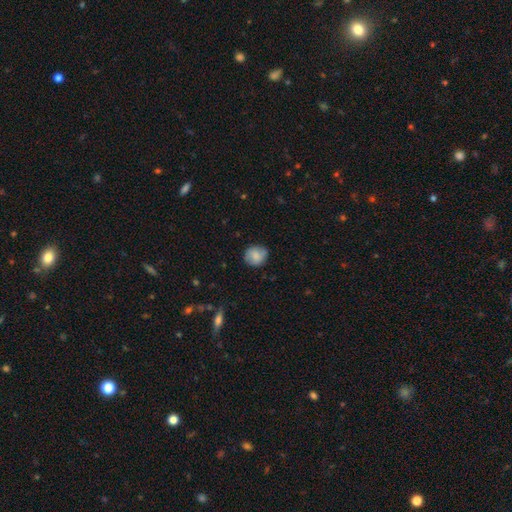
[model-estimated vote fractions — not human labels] A smooth galaxy with no disk features (79%) that is round (81%).

Vote fractions:
- Smooth or featured? smooth: 79% / featured or disk: 13% / star or artifact: 8%
- How rounded? round: 81% / in between: 18% / cigar-shaped: 1%
- Merging? none: 82% / minor disturbance: 14% / major disturbance: 3% / merger: 1%